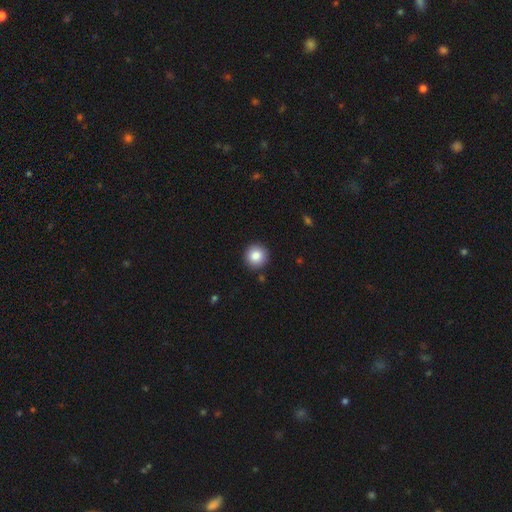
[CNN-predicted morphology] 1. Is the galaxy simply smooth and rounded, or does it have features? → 85% smooth, 9% star or artifact, 6% featured or disk.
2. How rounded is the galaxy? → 95% round, 4% in between, 1% cigar-shaped.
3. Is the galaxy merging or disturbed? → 92% none, 5% minor disturbance, 2% major disturbance, 1% merger.